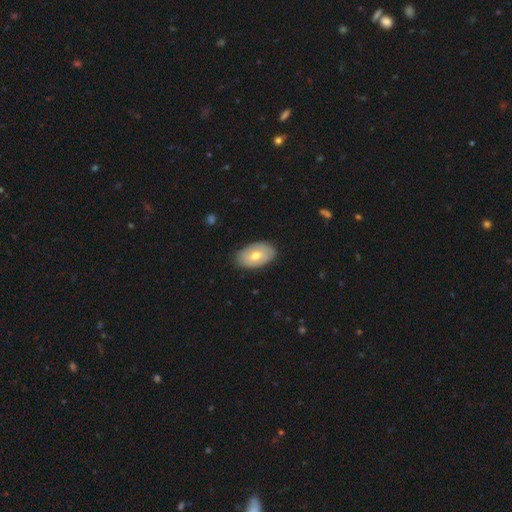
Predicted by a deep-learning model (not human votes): This is likely a smooth galaxy (61%). How rounded: clearly in between (92%). Merging: clearly none (82%).